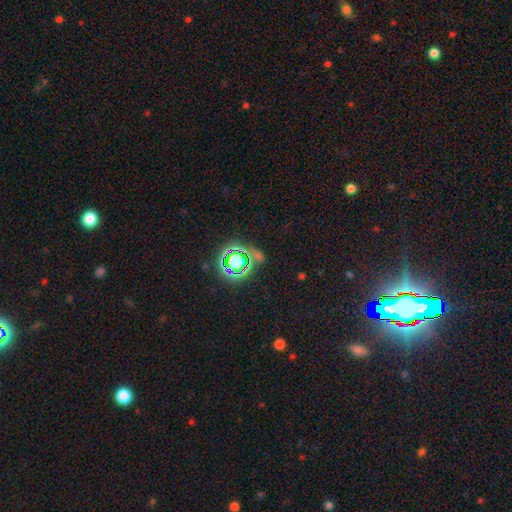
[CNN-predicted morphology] Smooth or featured: star or artifact — 72% (smooth — 19%)